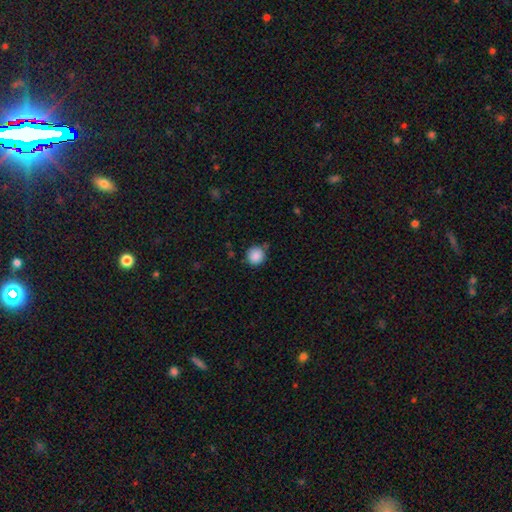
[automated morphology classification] Overall: smooth (88%). How rounded: round (93%). Merging: none (79%).